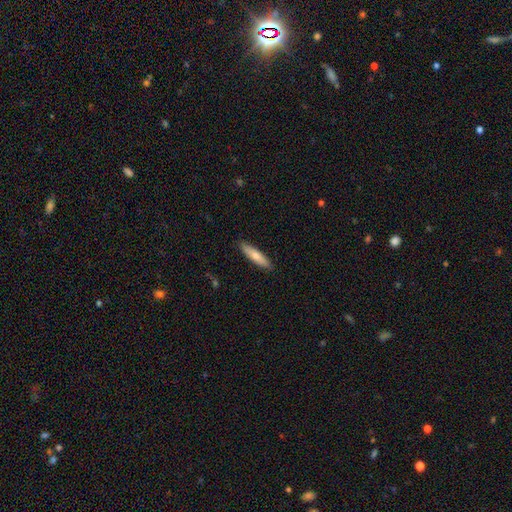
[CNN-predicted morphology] This is likely a smooth galaxy (72%). How rounded: likely cigar-shaped (78%). Merging: clearly none (89%).